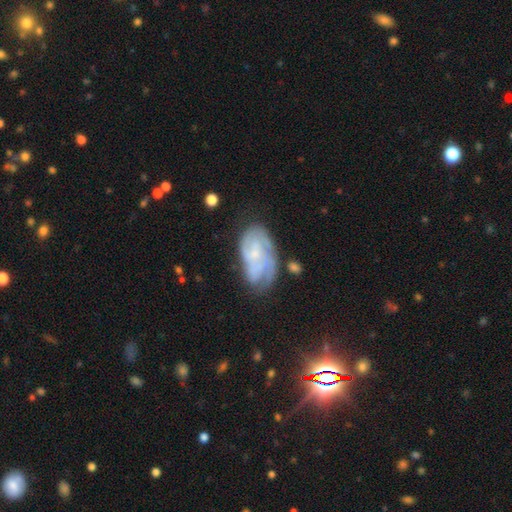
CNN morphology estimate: Q: Smooth or featured?
A: featured or disk (69%); runner-up: smooth (23%)
Q: Edge-on disk?
A: no (96%); runner-up: yes (4%)
Q: Bar?
A: no (65%); runner-up: weak (30%)
Q: Spiral arms?
A: yes (83%); runner-up: no (17%)
Q: Spiral winding?
A: tight (51%); runner-up: medium (36%)
Q: Spiral arm count?
A: can't tell (42%); runner-up: 3 (21%)
Q: Bulge size?
A: small (65%); runner-up: moderate (18%)
Q: Merging?
A: none (47%); runner-up: minor disturbance (29%)